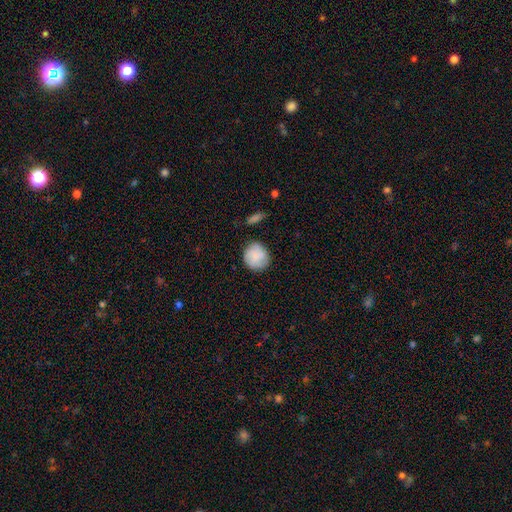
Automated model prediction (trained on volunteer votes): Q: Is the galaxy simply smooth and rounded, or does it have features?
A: smooth — 79%.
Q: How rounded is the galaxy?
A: round — 84%.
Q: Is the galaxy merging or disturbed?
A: none — 73%.